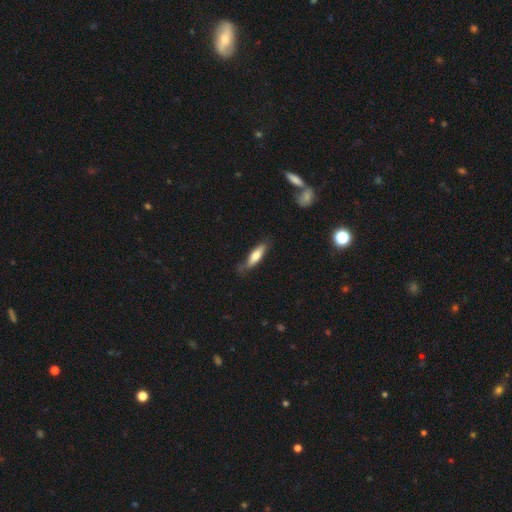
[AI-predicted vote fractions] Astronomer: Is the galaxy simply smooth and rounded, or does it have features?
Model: smooth — 67%.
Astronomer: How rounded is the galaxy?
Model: cigar-shaped — 61% (runner-up: in between, 37%).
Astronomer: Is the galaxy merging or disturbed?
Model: none — 68%.